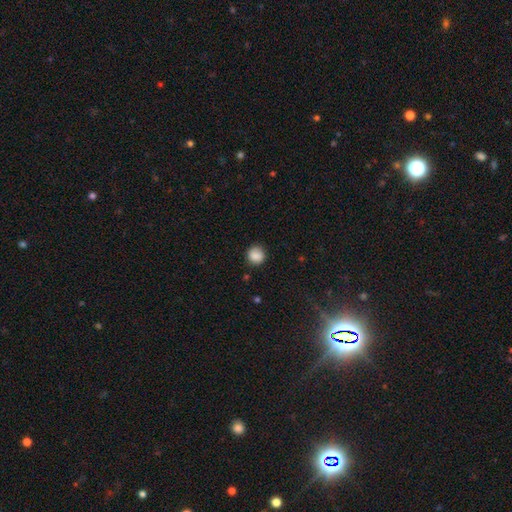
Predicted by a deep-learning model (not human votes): This is clearly a smooth galaxy (87%). How rounded: clearly round (90%). Merging: clearly none (86%).